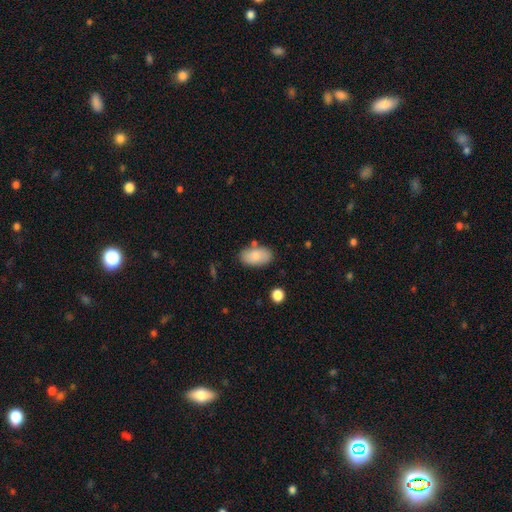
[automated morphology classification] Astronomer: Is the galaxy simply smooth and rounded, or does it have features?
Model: smooth — 85%.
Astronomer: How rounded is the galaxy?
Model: in between — 94%.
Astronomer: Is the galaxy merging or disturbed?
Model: none — 76%.